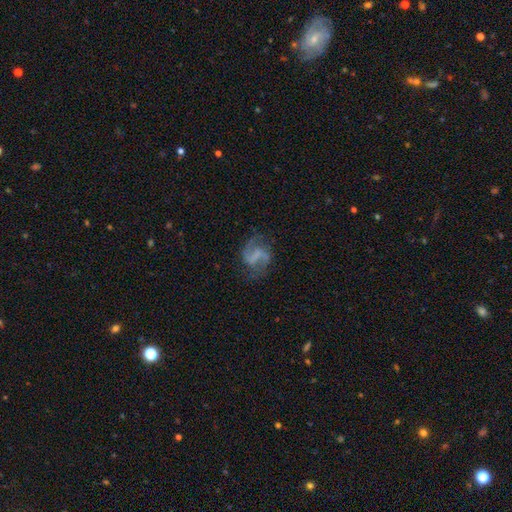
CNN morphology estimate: A featured or disk galaxy (77%) with a weak bar (43%), 2 (88%) loose (51%) spiral arms (89%) and no central bulge (64%). Merging: none (65%).